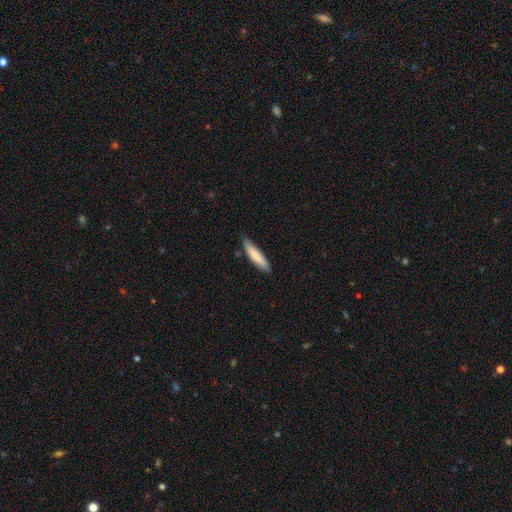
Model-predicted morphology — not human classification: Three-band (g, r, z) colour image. It shows a smooth galaxy with no disk features (77%) that is cigar-shaped (81%). Merging: none (76%).